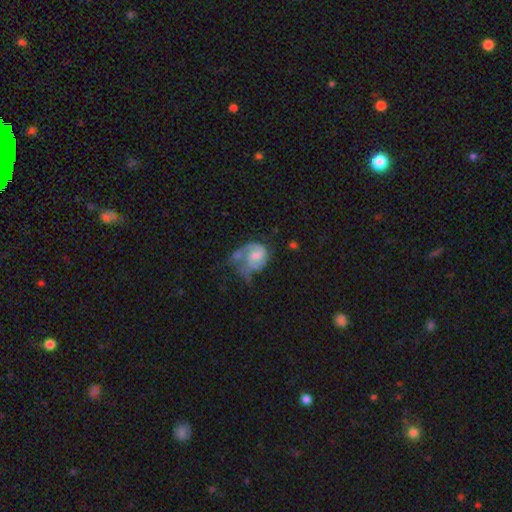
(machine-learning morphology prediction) This appears to be a featured or disk galaxy (65%) with no bar (66%), 2 (46%) tight (44%) spiral arms (82%) and a moderate central bulge (52%). Merging: major disturbance (35%).